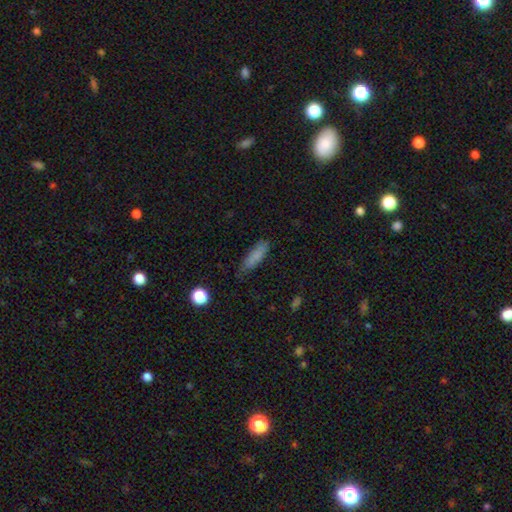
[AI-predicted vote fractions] The model was most divided on "how rounded": cigar-shaped: 54%, in between: 44%, round: 2%. More confident: smooth or featured — smooth (81%); merging — none (72%).